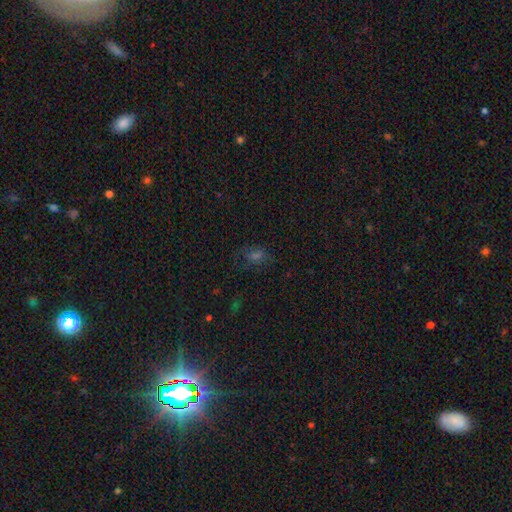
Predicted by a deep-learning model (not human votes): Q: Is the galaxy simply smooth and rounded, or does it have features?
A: star or artifact — 43%.